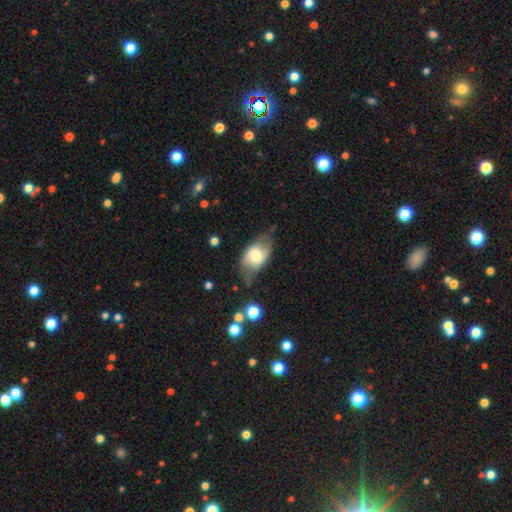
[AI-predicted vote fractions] This is likely a smooth galaxy (60%). How rounded: clearly in between (88%). Merging: possibly none (54%).